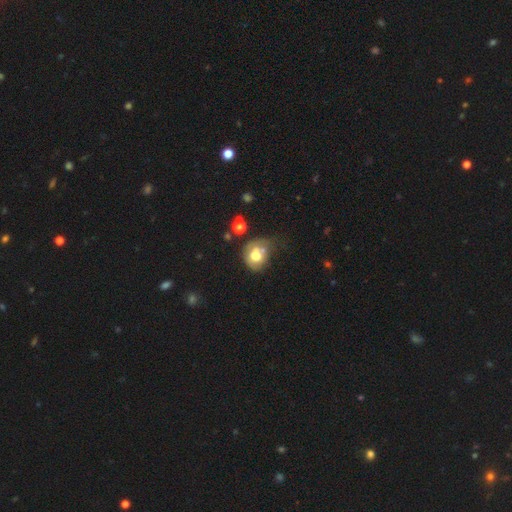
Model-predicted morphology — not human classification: This appears to be a smooth galaxy with no disk features (63%) that is round (66%). Merging: none (33%).